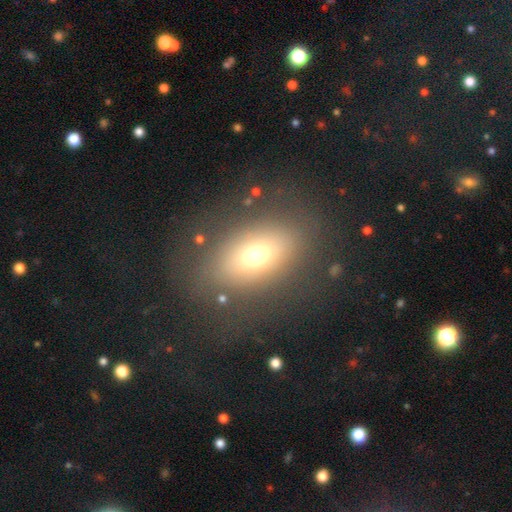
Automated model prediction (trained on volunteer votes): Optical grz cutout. It shows a smooth galaxy with no disk features (64%) that is in between round and cigar-shaped (77%). Merging: none (74%).